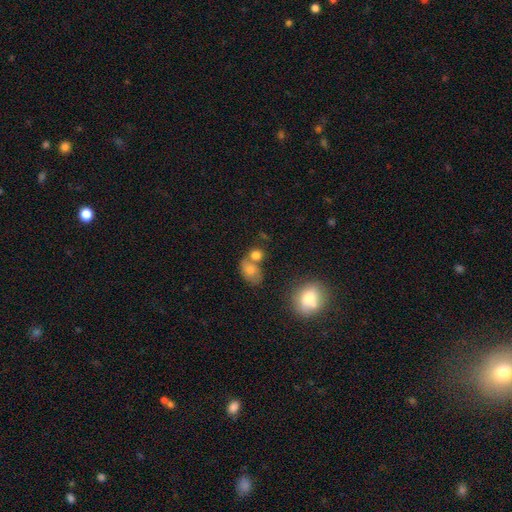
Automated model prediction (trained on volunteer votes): Morphology: type=smooth (77%); roundness=round (54%); merging=none (43%).